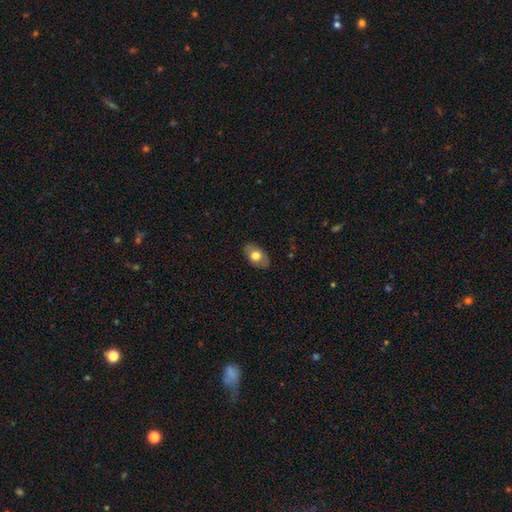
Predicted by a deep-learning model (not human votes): Q: Smooth or featured?
A: smooth (66%); runner-up: featured or disk (27%)
Q: How rounded?
A: in between (87%); runner-up: round (12%)
Q: Merging?
A: none (83%); runner-up: minor disturbance (13%)